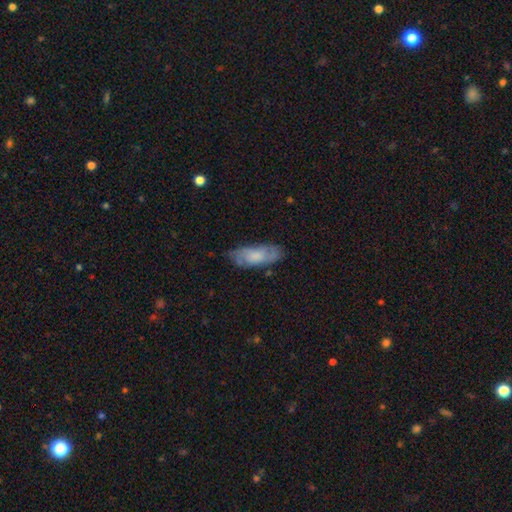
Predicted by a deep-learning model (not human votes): Morphology: type=smooth (53%); roundness=in between (74%); merging=none (70%).